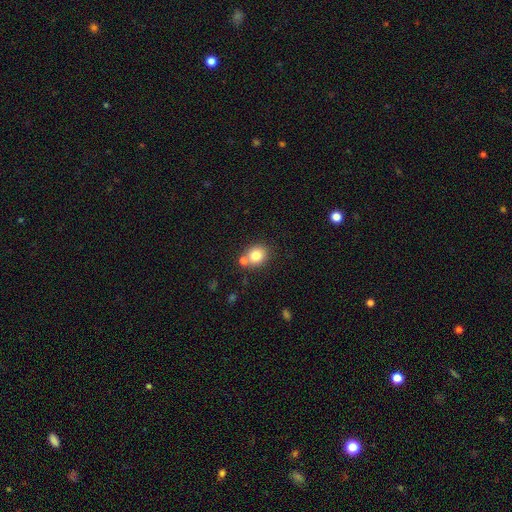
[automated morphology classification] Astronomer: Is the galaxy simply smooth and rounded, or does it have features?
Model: smooth — 81%.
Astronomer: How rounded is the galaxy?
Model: round — 73%.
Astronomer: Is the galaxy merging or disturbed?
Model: none — 65%.